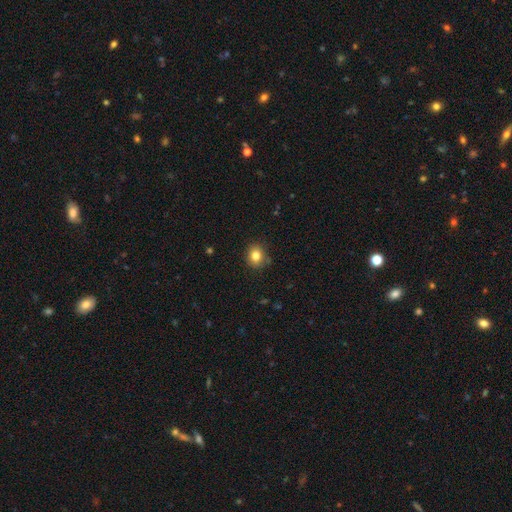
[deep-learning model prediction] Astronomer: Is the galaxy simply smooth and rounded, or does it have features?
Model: smooth — 82%.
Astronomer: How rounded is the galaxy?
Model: round — 71%.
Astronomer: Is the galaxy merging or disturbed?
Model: none — 85%.